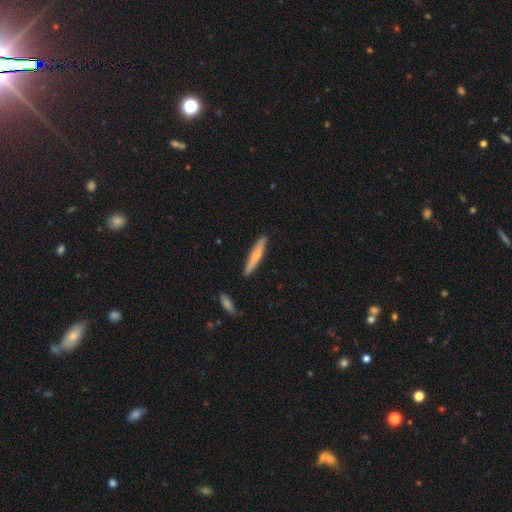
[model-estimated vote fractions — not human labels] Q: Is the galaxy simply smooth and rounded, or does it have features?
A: smooth — 61%.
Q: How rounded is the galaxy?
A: cigar-shaped — 92%.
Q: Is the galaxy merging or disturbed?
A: none — 88%.